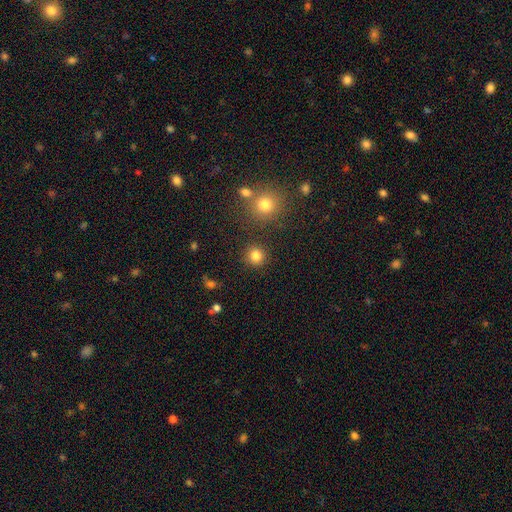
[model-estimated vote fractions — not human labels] The model was most divided on "smooth or featured": smooth: 83%, star or artifact: 12%, featured or disk: 4%. More confident: how rounded — round (94%); merging — none (89%).